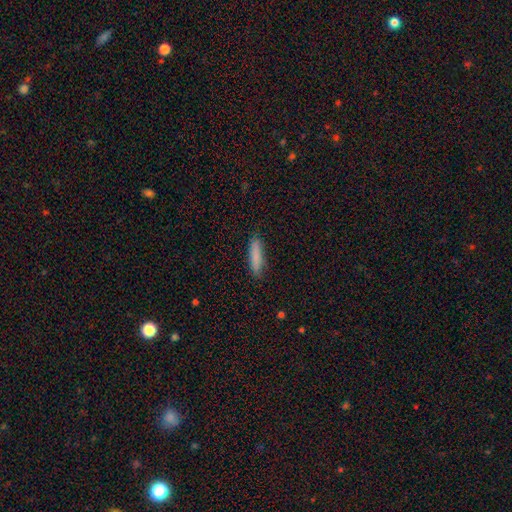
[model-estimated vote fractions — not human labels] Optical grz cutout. It shows a smooth galaxy with no disk features (84%) that is cigar-shaped (81%). Merging: none (87%).